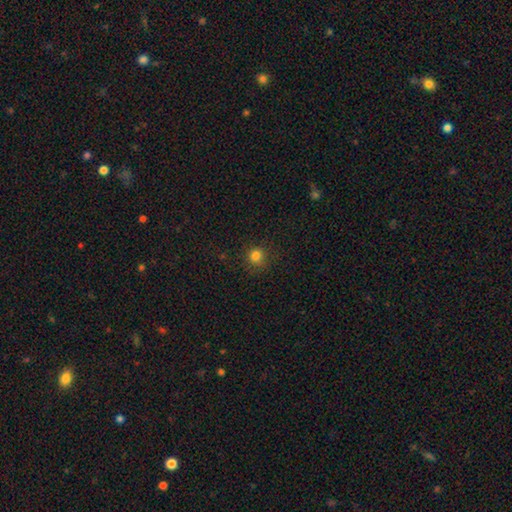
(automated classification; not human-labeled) This appears to be a smooth galaxy with no disk features (81%) that is round (90%). Merging: none (85%).